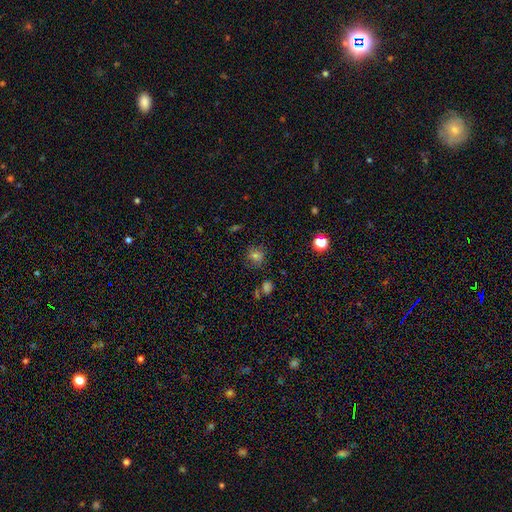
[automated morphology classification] type=smooth (67%); roundness=round (81%); merging=none (79%).